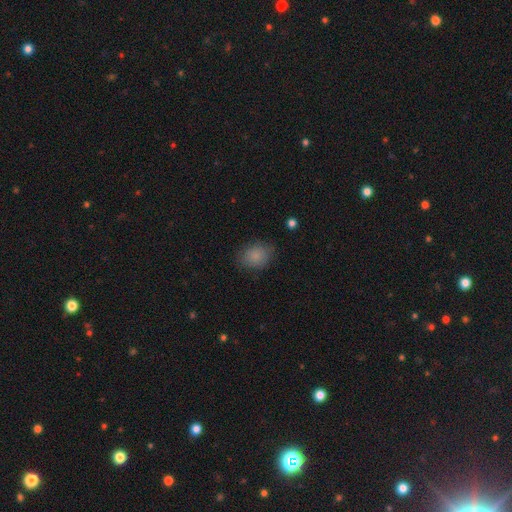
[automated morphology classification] Smooth or featured? smooth (85%)
How rounded? in between (55%)
Merging? none (78%)